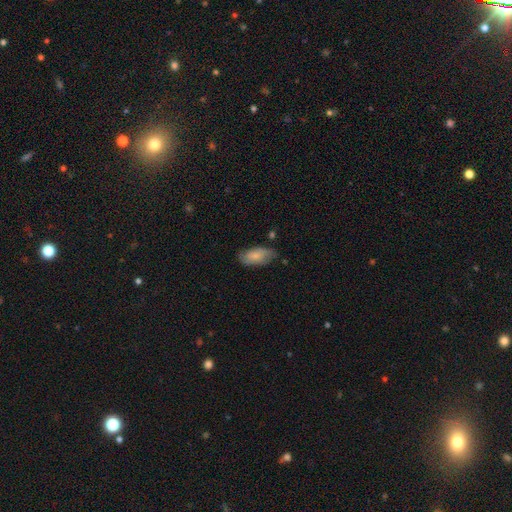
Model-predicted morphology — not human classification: A smooth galaxy with no disk features (76%) that is in between round and cigar-shaped (91%).

Vote fractions:
- Smooth or featured? smooth: 76% / featured or disk: 18% / star or artifact: 6%
- How rounded? in between: 91% / cigar-shaped: 6% / round: 3%
- Merging? none: 69% / minor disturbance: 24% / major disturbance: 5% / merger: 2%